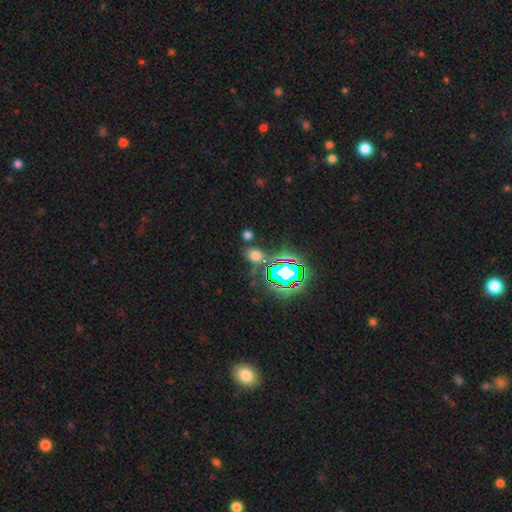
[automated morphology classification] A smooth galaxy with no disk features (56%) that is in between round and cigar-shaped (56%). Merging: none (73%).